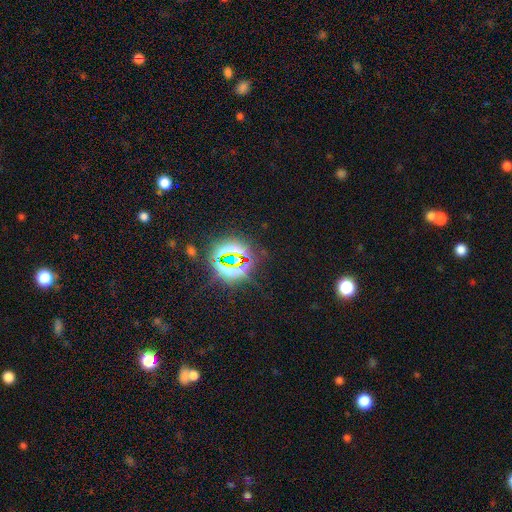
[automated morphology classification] Overall: star or artifact (80%).